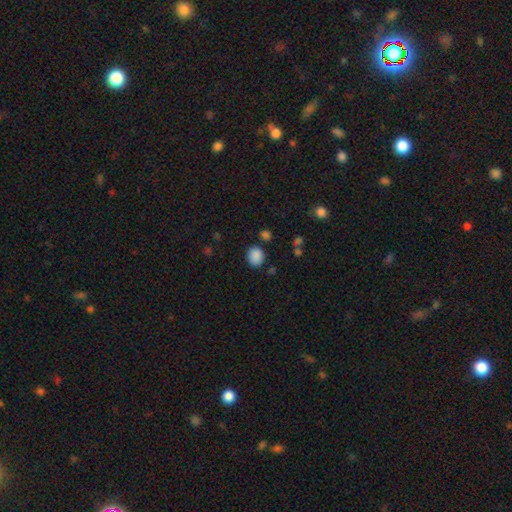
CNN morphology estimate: type=smooth (87%); roundness=round (69%); merging=none (83%).